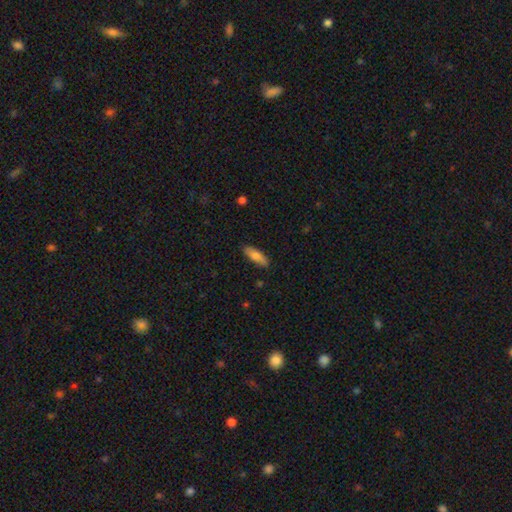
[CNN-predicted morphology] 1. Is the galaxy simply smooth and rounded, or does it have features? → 76% smooth, 18% featured or disk, 6% star or artifact.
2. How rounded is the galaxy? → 59% in between, 39% cigar-shaped, 2% round.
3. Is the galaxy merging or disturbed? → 86% none, 11% minor disturbance, 2% major disturbance, 1% merger.